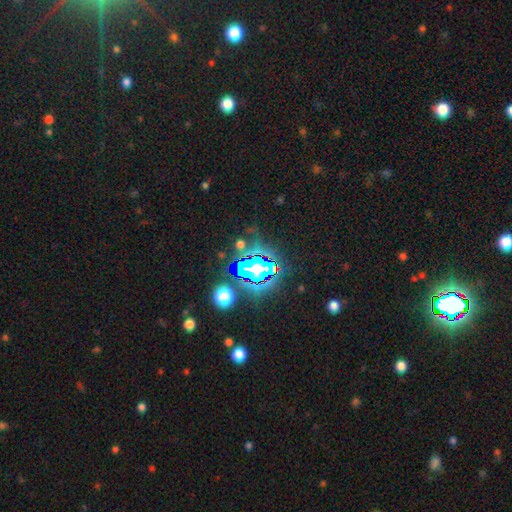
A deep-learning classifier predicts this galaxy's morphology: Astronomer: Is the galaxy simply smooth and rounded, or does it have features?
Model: star or artifact — 75%.